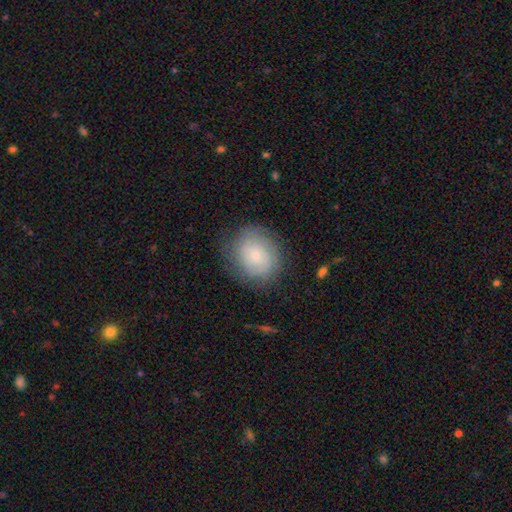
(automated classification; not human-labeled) Smooth or featured: smooth — 53% (featured or disk — 39%)
How rounded: round — 71% (in between — 28%)
Merging: none — 77% (minor disturbance — 16%)